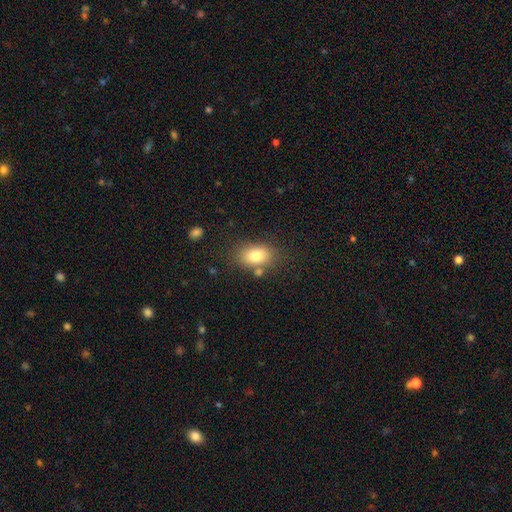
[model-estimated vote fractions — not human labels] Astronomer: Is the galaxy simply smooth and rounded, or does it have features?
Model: smooth — 79%.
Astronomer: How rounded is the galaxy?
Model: in between — 81%.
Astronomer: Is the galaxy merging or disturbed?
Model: none — 73%.